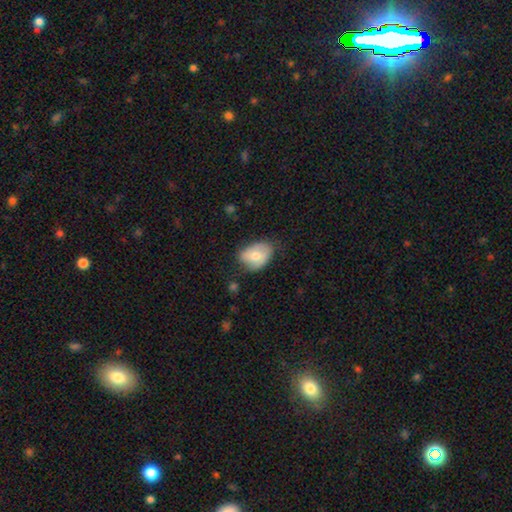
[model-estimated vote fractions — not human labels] Q: Smooth or featured?
A: smooth (66%); runner-up: featured or disk (27%)
Q: How rounded?
A: in between (77%); runner-up: round (22%)
Q: Merging?
A: none (61%); runner-up: minor disturbance (30%)